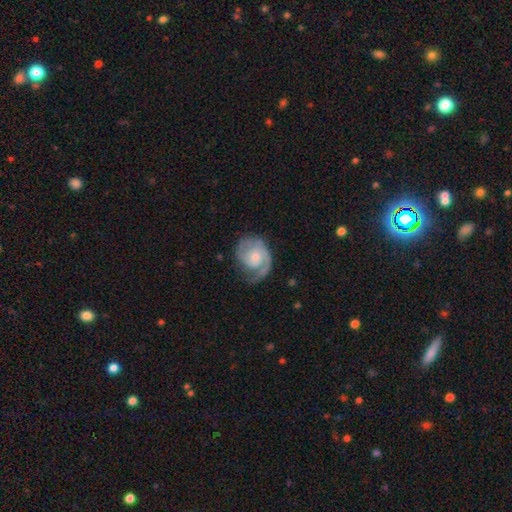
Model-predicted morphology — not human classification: featured or disk 83%, smooth 12%, star or artifact 5%. Down the decision tree: edge-on disk — no (98%); bar — no (68%); spiral arms — yes (96%); spiral arm count — 2 (57%); spiral winding — tight (50%); bulge size — moderate (47%); merging — none (64%).